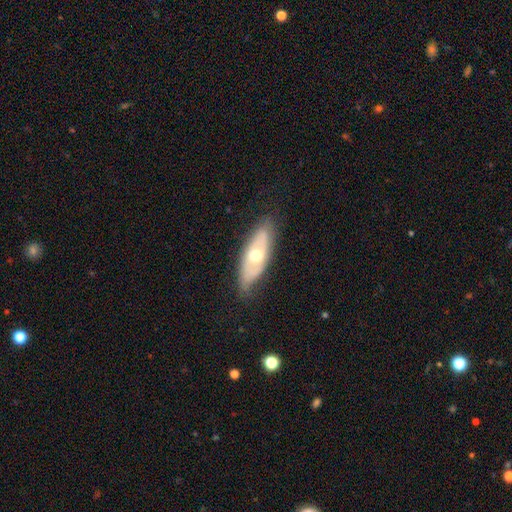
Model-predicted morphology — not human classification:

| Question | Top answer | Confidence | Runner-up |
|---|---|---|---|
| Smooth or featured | featured or disk | 59% | smooth (35%) |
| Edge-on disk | no | 74% | yes (26%) |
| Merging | none | 75% | minor disturbance (19%) |